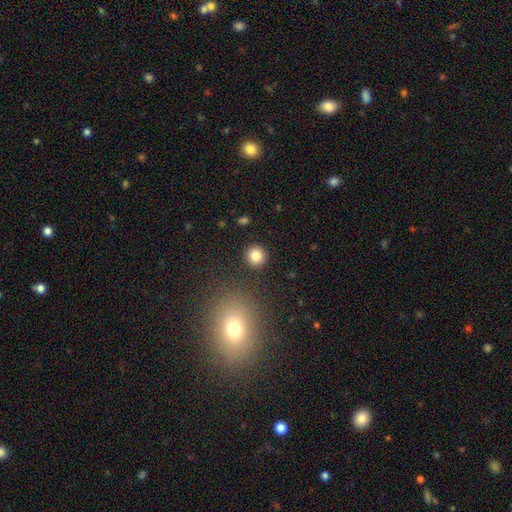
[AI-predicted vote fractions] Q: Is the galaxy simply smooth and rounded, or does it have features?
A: smooth — 83%.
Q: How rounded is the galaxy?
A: round — 93%.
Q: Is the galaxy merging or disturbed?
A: none — 91%.